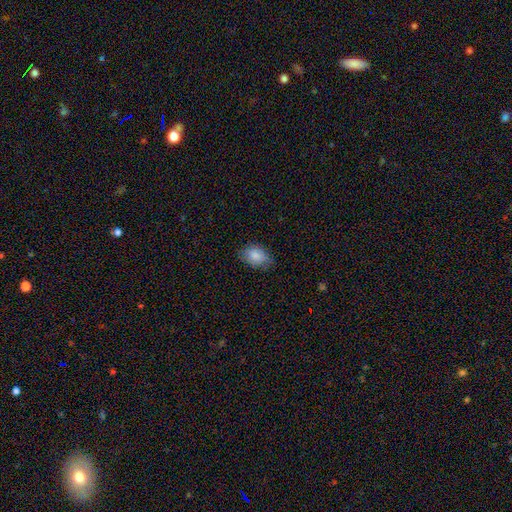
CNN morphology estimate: A smooth galaxy with no disk features (86%) that is in between round and cigar-shaped (84%). Merging: none (75%).